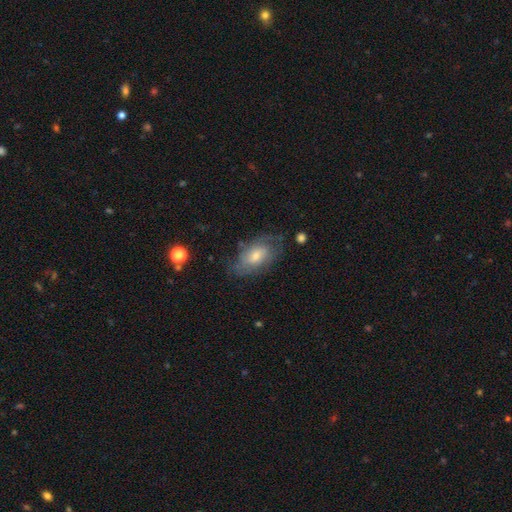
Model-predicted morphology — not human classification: Q: Smooth or featured?
A: featured or disk (56%); runner-up: smooth (36%)
Q: Edge-on disk?
A: no (92%); runner-up: yes (8%)
Q: Bar?
A: no (66%); runner-up: weak (28%)
Q: Spiral arms?
A: yes (77%); runner-up: no (23%)
Q: Bulge size?
A: moderate (47%); runner-up: small (44%)
Q: Merging?
A: none (64%); runner-up: minor disturbance (23%)